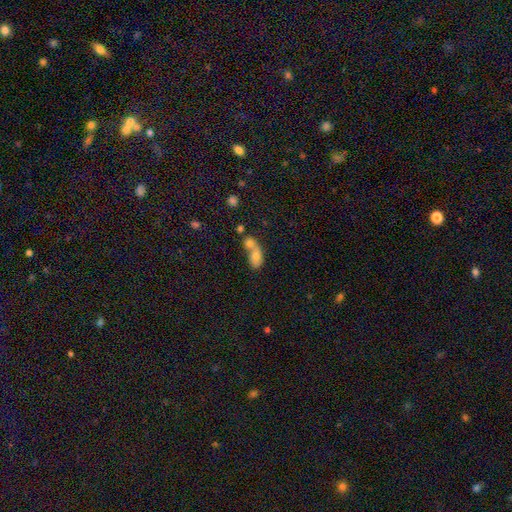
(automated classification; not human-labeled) This is likely a smooth galaxy (72%). How rounded: likely in between (72%). Merging: likely merger (75%).